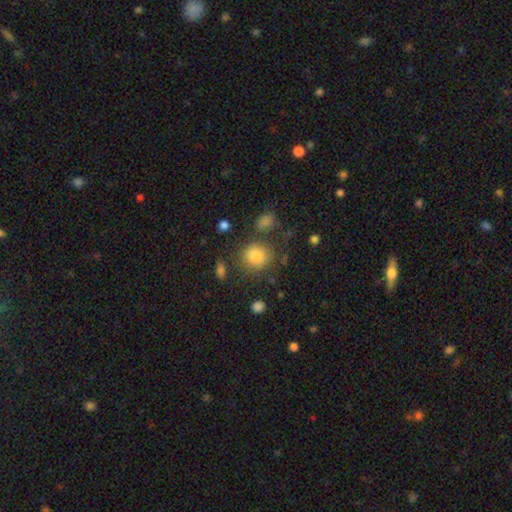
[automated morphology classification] Overall: smooth (82%). How rounded: round (84%). Merging: none (76%).